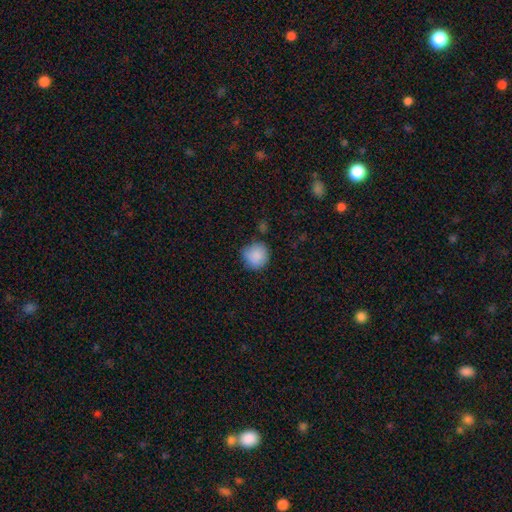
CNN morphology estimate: This is clearly a smooth galaxy (88%). How rounded: clearly round (90%). Merging: likely none (74%).